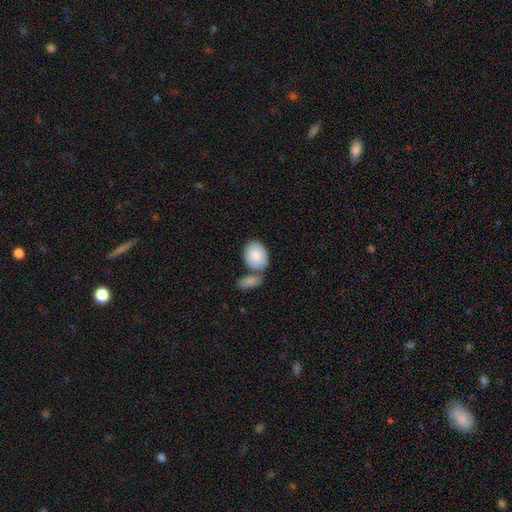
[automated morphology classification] type=smooth (84%); roundness=in between (74%); merging=none (49%).